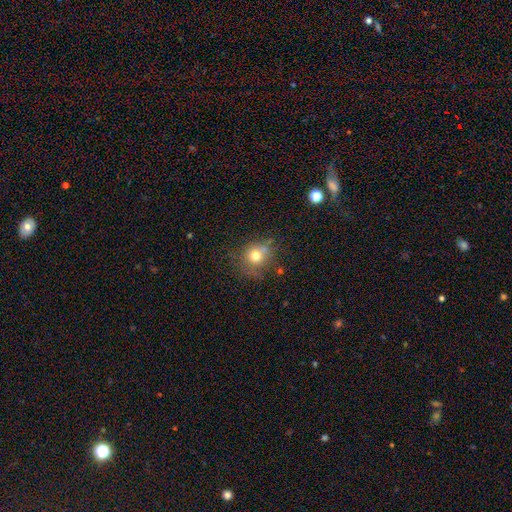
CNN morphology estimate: Smooth or featured? smooth (71%)
How rounded? round (83%)
Merging? none (65%)